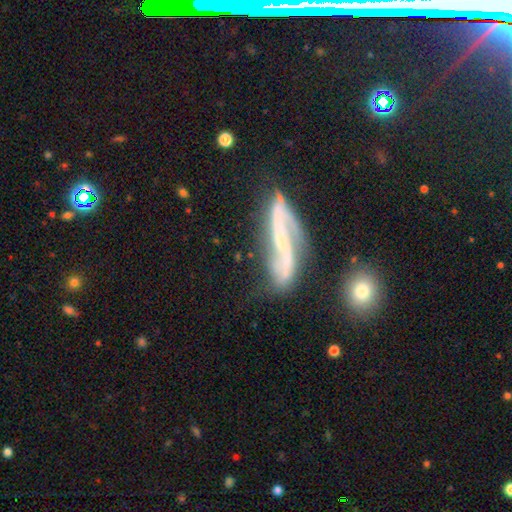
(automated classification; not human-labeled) A featured or disk galaxy (62%).

Vote fractions:
- Smooth or featured? featured or disk: 62% / smooth: 21% / star or artifact: 17%
- Edge-on disk? no: 54% / yes: 46%
- Merging? none: 61% / minor disturbance: 21% / major disturbance: 11% / merger: 7%